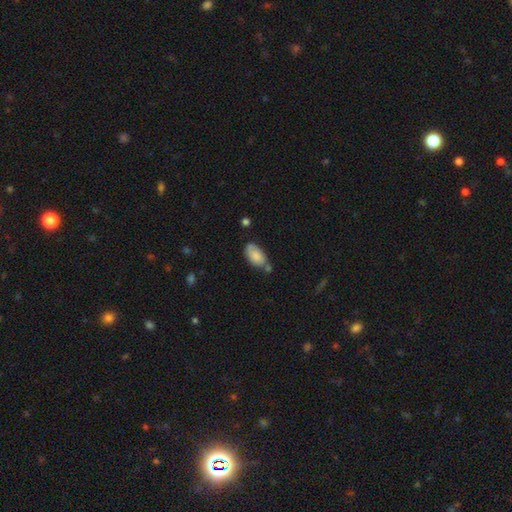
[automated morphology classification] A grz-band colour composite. It shows a smooth galaxy with no disk features (80%) that is in between round and cigar-shaped (93%). Merging: none (51%).